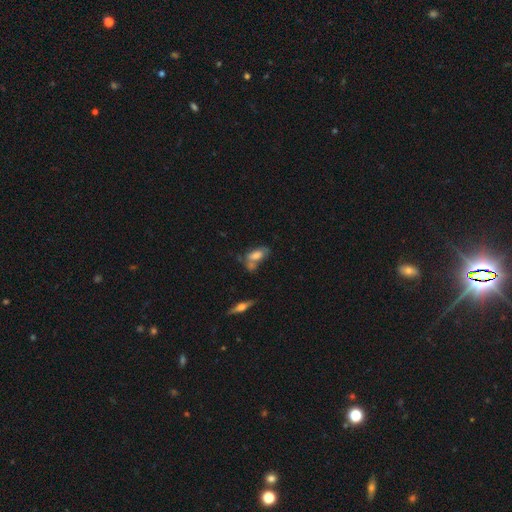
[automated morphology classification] This is likely a smooth galaxy (60%). How rounded: clearly in between (85%). Merging: marginally none (40%).